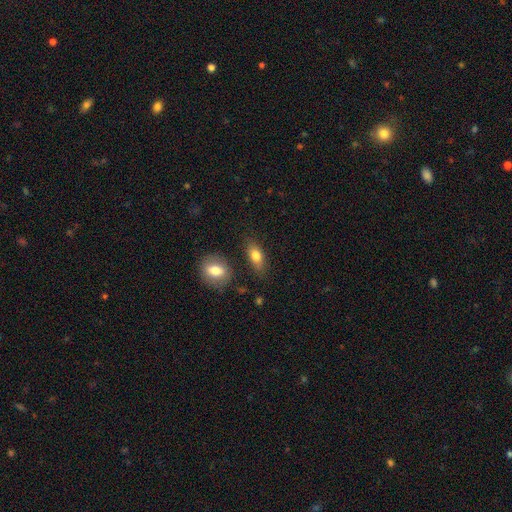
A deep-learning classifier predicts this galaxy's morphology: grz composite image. It shows a smooth galaxy with no disk features (78%) that is in between round and cigar-shaped (82%). Merging: none (75%).